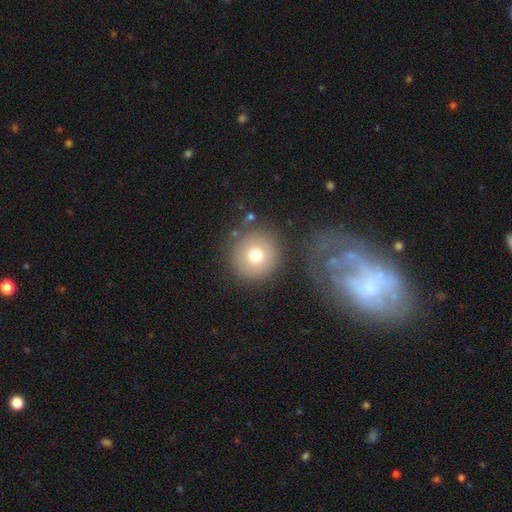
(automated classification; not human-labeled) This is likely a smooth galaxy (74%). How rounded: clearly round (94%). Merging: likely none (79%).